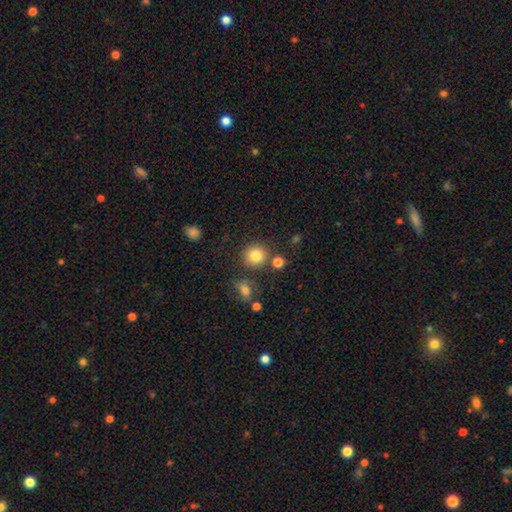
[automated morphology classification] smooth_or_featured: smooth (p=0.82) [alt: star or artifact p=0.11]
how_rounded: round (p=0.88) [alt: in between p=0.11]
merging: none (p=0.78) [alt: minor disturbance p=0.10]